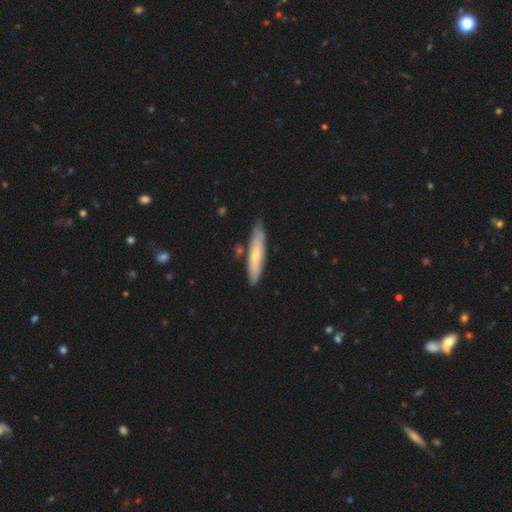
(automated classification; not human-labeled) smooth_or_featured: smooth (p=0.56) [alt: featured or disk p=0.39]
how_rounded: cigar-shaped (p=0.81) [alt: in between p=0.17]
merging: none (p=0.79) [alt: minor disturbance p=0.14]